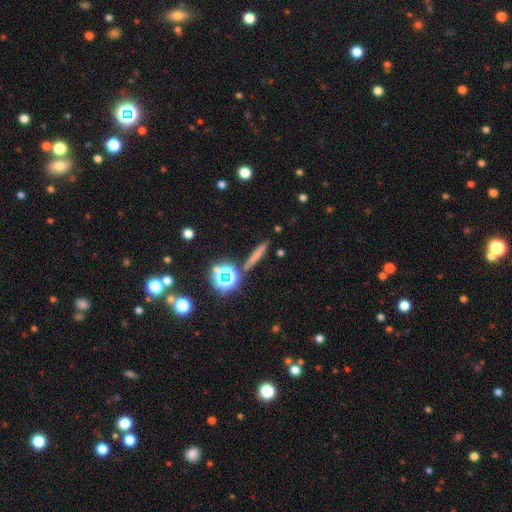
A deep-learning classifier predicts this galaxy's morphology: A smooth galaxy with no disk features (62%) that is cigar-shaped (86%). Merging: none (86%).